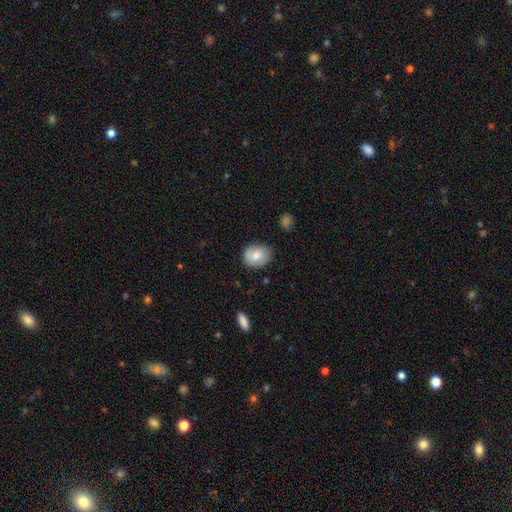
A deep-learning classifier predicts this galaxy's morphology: Smooth or featured? Predicted: smooth (p=0.77). How rounded? Predicted: round (p=0.56). Merging? Predicted: none (p=0.76).